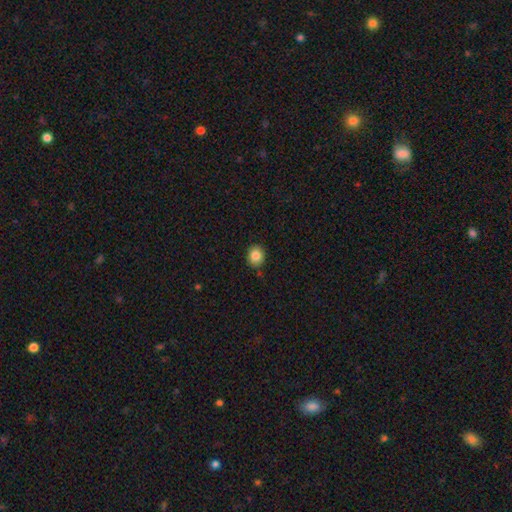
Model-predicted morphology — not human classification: This is clearly a smooth galaxy (84%). How rounded: likely round (67%). Merging: clearly none (84%).